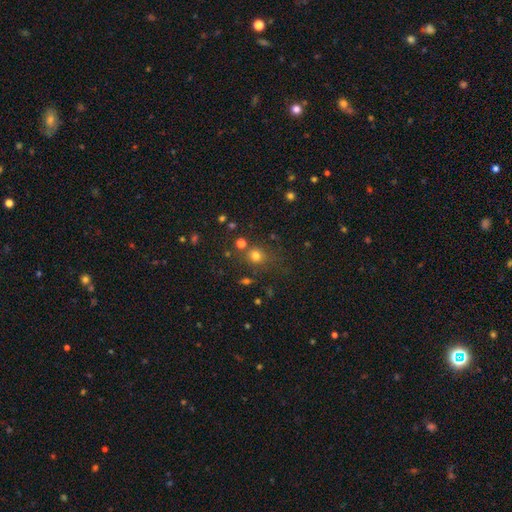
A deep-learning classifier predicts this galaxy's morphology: This is likely a smooth galaxy (73%). How rounded: likely round (76%). Merging: likely none (69%).